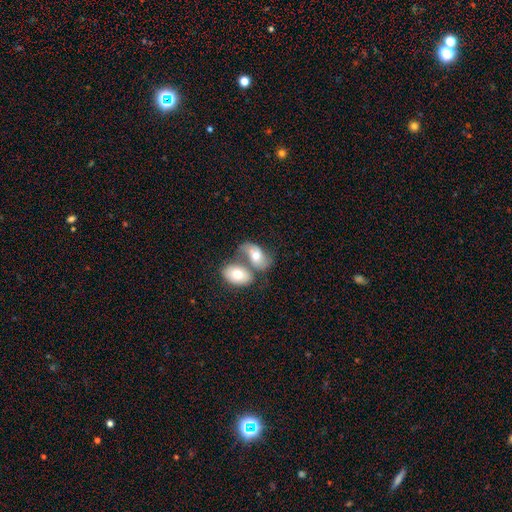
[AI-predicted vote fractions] The model was most divided on "smooth or featured": smooth: 56%, featured or disk: 38%, star or artifact: 6%. More confident: how rounded — in between (89%); merging — merger (64%).